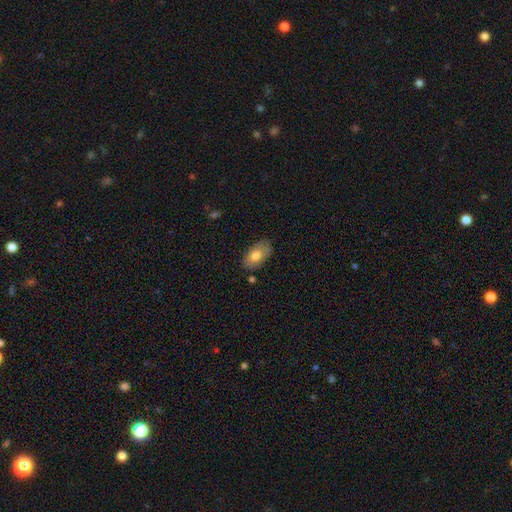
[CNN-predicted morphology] Q: Smooth or featured?
A: smooth (72%); runner-up: featured or disk (22%)
Q: How rounded?
A: in between (93%); runner-up: round (5%)
Q: Merging?
A: none (78%); runner-up: minor disturbance (16%)